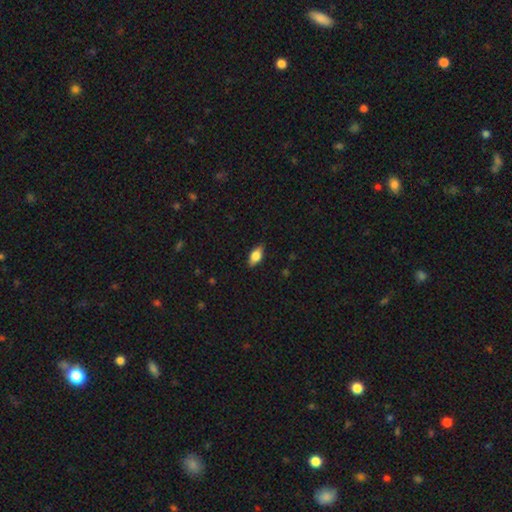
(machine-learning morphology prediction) A smooth galaxy with no disk features (71%) that is in between round and cigar-shaped (86%).

Vote fractions:
- Smooth or featured? smooth: 71% / featured or disk: 22% / star or artifact: 7%
- How rounded? in between: 86% / cigar-shaped: 10% / round: 5%
- Merging? none: 85% / minor disturbance: 12% / major disturbance: 2% / merger: 1%